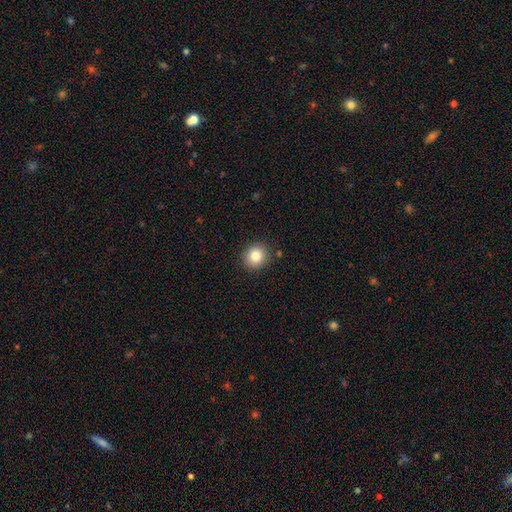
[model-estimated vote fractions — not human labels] smooth 83%, star or artifact 10%, featured or disk 7%. Down the decision tree: how rounded — round (83%); merging — none (89%).